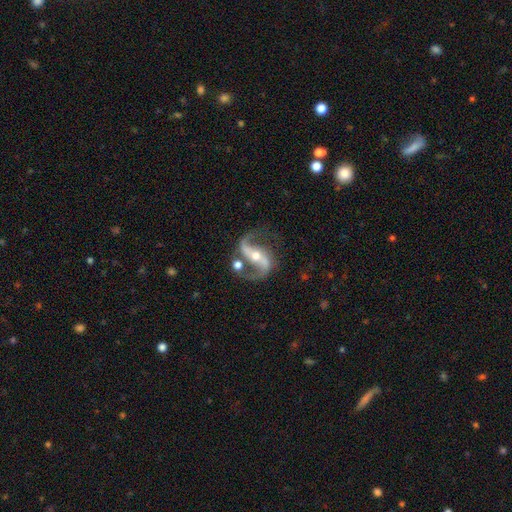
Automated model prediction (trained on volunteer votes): Q: Smooth or featured?
A: featured or disk (92%); runner-up: star or artifact (5%)
Q: Edge-on disk?
A: no (97%); runner-up: yes (3%)
Q: Bar?
A: strong (50%); runner-up: weak (27%)
Q: Spiral arms?
A: yes (98%); runner-up: no (2%)
Q: Spiral winding?
A: loose (52%); runner-up: medium (40%)
Q: Spiral arm count?
A: 2 (94%); runner-up: 1 (2%)
Q: Bulge size?
A: moderate (58%); runner-up: small (37%)
Q: Merging?
A: none (69%); runner-up: minor disturbance (14%)